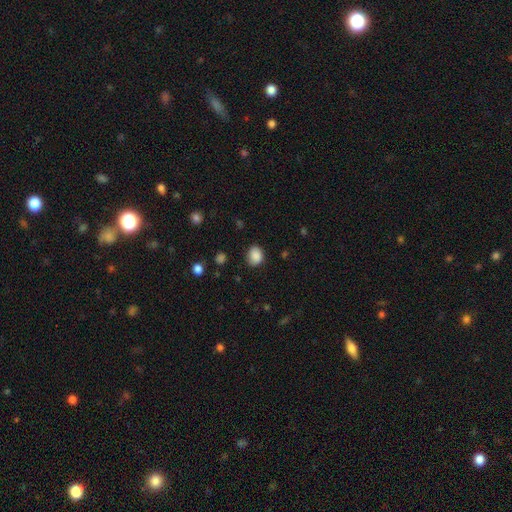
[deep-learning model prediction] This is clearly a smooth galaxy (87%). How rounded: possibly in between (50%). Merging: clearly none (80%).